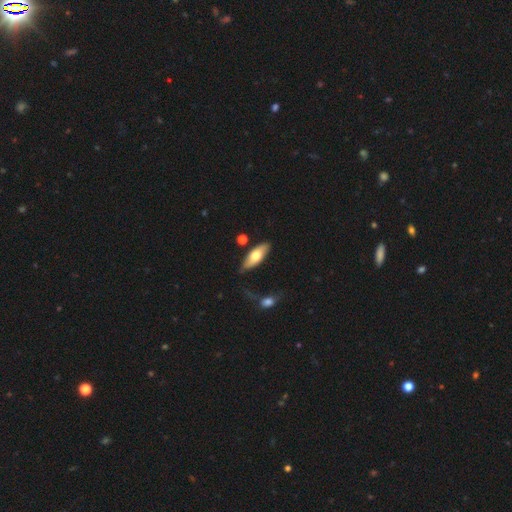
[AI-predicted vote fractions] smooth_or_featured: smooth (p=0.65) [alt: featured or disk p=0.29]
how_rounded: in between (p=0.71) [alt: cigar-shaped p=0.26]
merging: none (p=0.75) [alt: minor disturbance p=0.16]